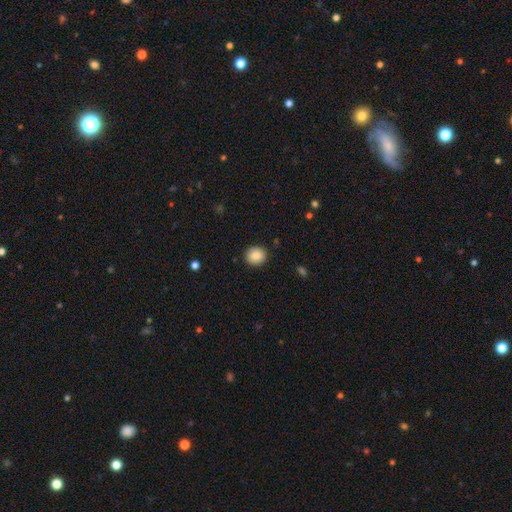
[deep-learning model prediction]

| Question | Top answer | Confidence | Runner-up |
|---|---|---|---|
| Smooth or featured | smooth | 88% | star or artifact (8%) |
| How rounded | round | 79% | in between (20%) |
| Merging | none | 89% | minor disturbance (8%) |